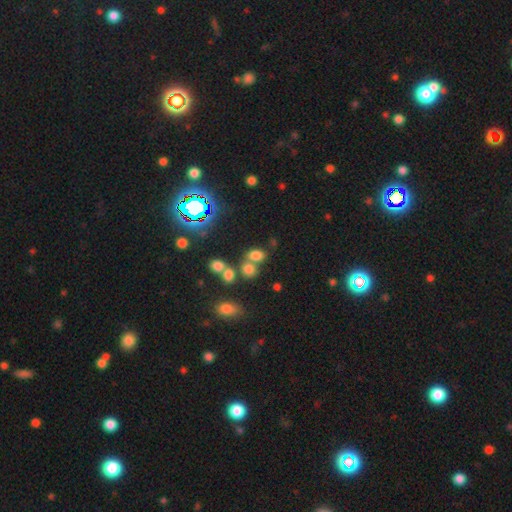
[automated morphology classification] smooth_or_featured: smooth (p=0.67) [alt: star or artifact p=0.24]
how_rounded: in between (p=0.61) [alt: round p=0.37]
merging: none (p=0.46) [alt: merger p=0.38]